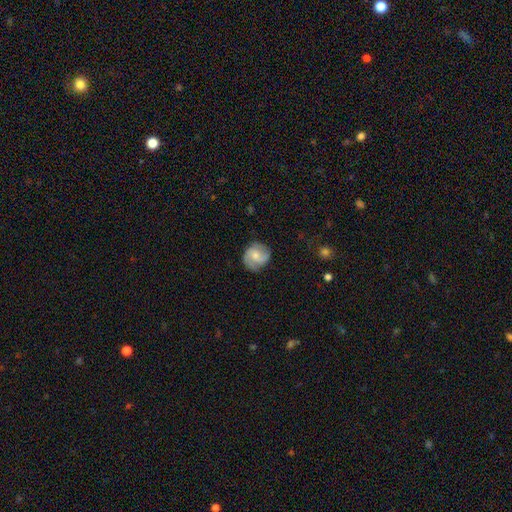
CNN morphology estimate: This appears to be a featured or disk galaxy (62%) with no bar (52%), 2 (80%) medium (48%) spiral arms (92%) and a moderate central bulge (49%). Merging: none (77%).